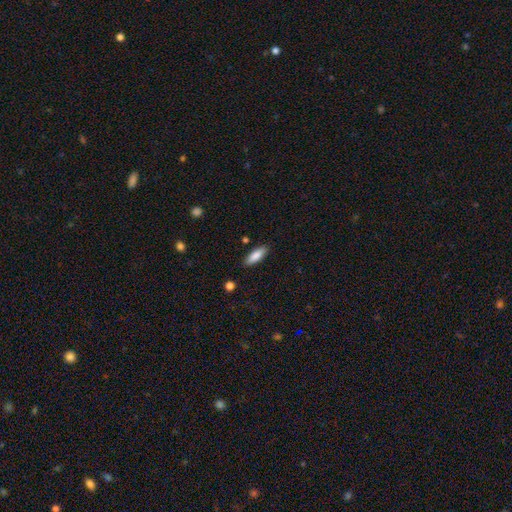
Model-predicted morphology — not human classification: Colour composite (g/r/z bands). It shows a smooth galaxy with no disk features (84%) that is in between round and cigar-shaped (62%). Merging: none (87%).